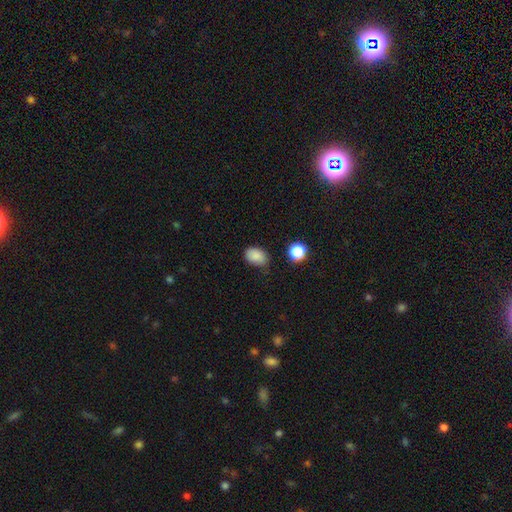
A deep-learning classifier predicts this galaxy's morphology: Smooth or featured?
  - smooth: 86% *
  - star or artifact: 10%
  - featured or disk: 5%
How rounded?
  - in between: 78% *
  - round: 21%
  - cigar-shaped: 1%
Merging?
  - none: 71% *
  - minor disturbance: 23%
  - major disturbance: 4%
  - merger: 2%